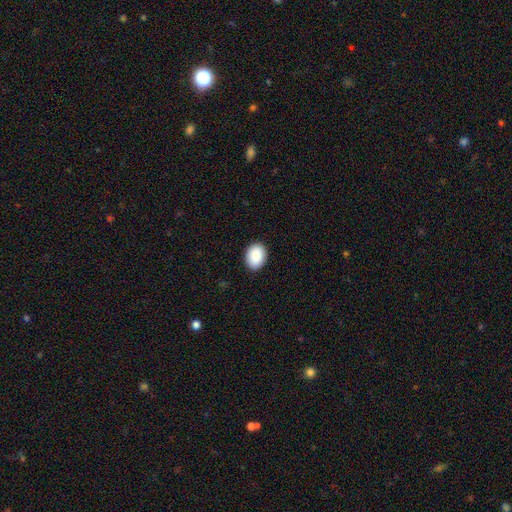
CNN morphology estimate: This appears to be a smooth galaxy with no disk features (90%) that is in between round and cigar-shaped (71%). Merging: none (90%).